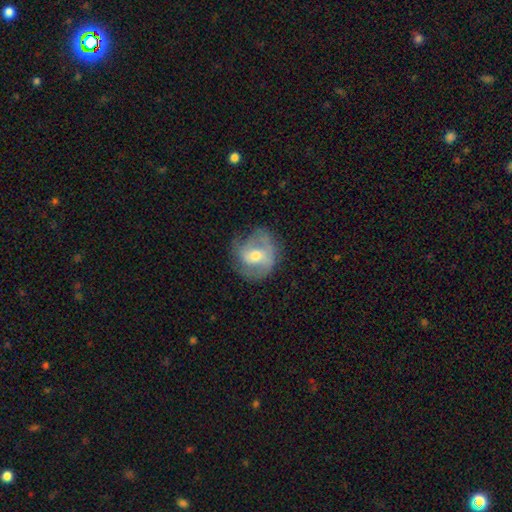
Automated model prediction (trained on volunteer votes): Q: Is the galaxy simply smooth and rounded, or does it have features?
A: featured or disk — 66%.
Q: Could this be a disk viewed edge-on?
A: no — 97%.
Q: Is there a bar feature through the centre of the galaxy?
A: weak — 44%.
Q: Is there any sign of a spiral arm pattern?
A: yes — 83%.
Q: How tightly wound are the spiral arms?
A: medium — 46%.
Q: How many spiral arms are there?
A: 2 — 60%.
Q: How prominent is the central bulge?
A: moderate — 65%.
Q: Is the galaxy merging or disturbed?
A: none — 64%.